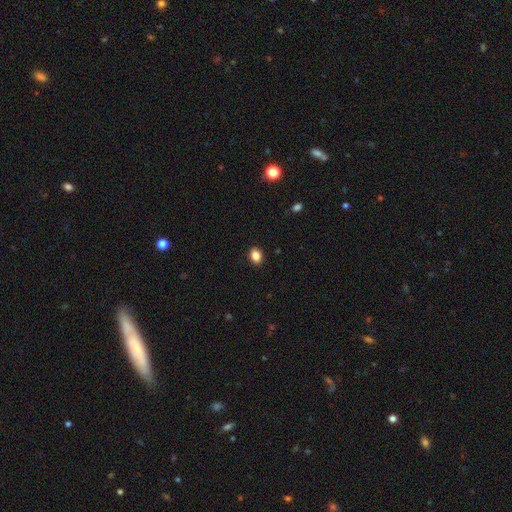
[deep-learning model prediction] smooth-or-featured: smooth: 86% | star or artifact: 10% | featured or disk: 5%
  how-rounded: in between: 65% | round: 34% | cigar-shaped: 1%
  merging: none: 90% | minor disturbance: 7% | major disturbance: 2% | merger: 1%